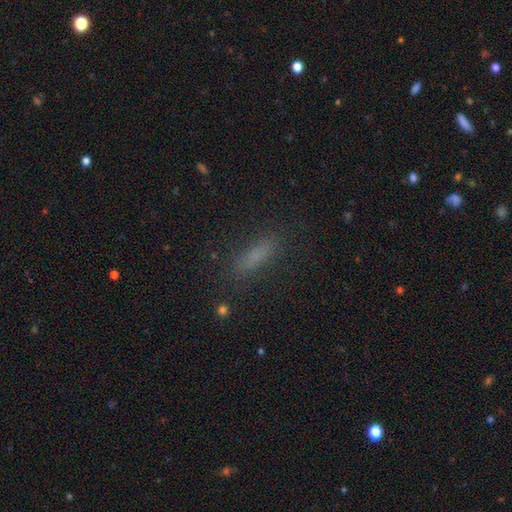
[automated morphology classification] Smooth or featured?
  - smooth: 72% *
  - star or artifact: 15%
  - featured or disk: 13%
How rounded?
  - cigar-shaped: 74% *
  - in between: 23%
  - round: 2%
Merging?
  - none: 83% *
  - minor disturbance: 11%
  - major disturbance: 4%
  - merger: 2%